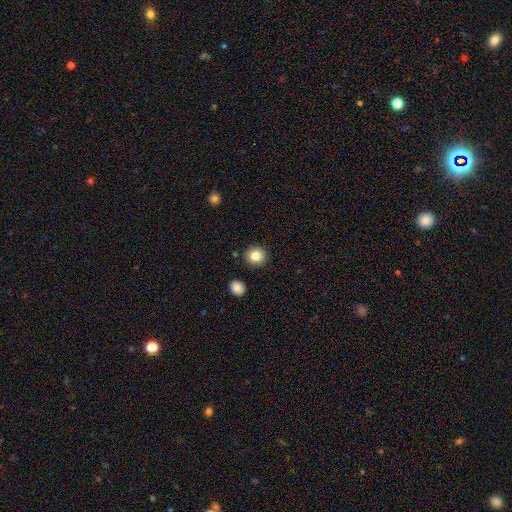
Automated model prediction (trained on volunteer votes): Overall: smooth (83%). How rounded: round (90%). Merging: none (90%).